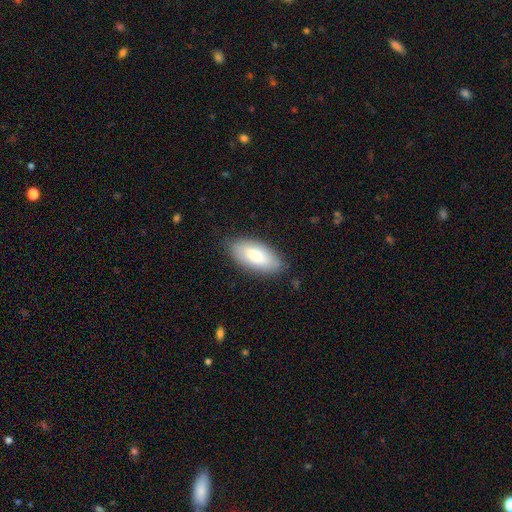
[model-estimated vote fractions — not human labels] This is likely a smooth galaxy (80%). How rounded: clearly in between (91%). Merging: clearly none (82%).